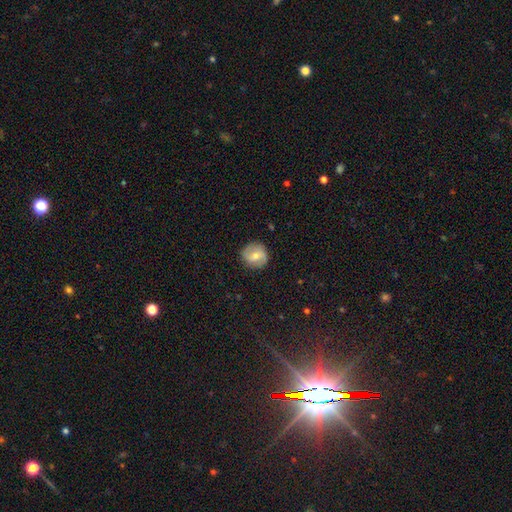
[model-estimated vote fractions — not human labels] Overall: smooth (53%; featured or disk 39%). How rounded: round (90%). Merging: none (86%).